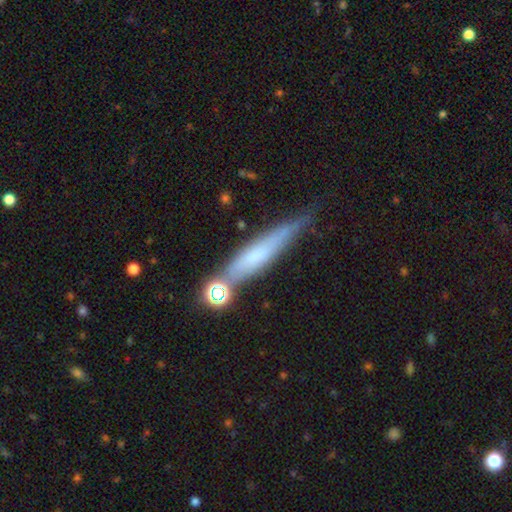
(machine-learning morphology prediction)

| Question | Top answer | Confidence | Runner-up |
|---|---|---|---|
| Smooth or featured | smooth | 48% | featured or disk (42%) |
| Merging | none | 60% | minor disturbance (20%) |